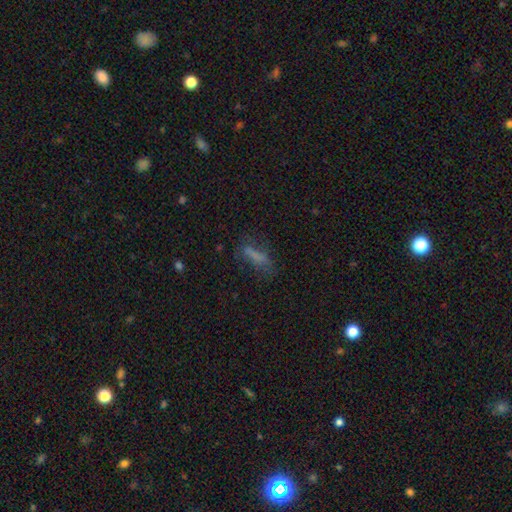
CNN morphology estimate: type=smooth (65%); roundness=cigar-shaped (58%); merging=none (56%).